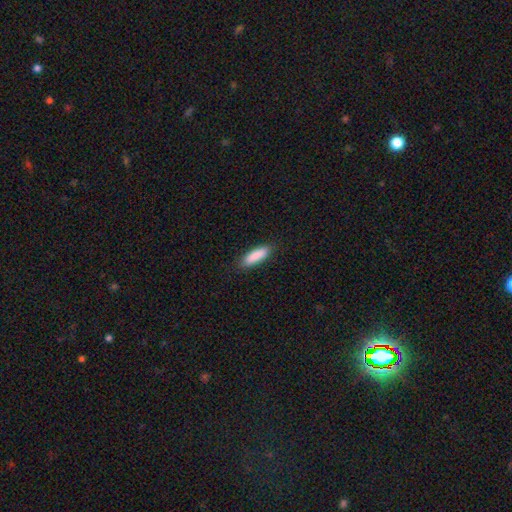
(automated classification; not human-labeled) smooth_or_featured: smooth (p=0.88) [alt: featured or disk p=0.06]
how_rounded: cigar-shaped (p=0.55) [alt: in between p=0.44]
merging: none (p=0.87) [alt: minor disturbance p=0.10]